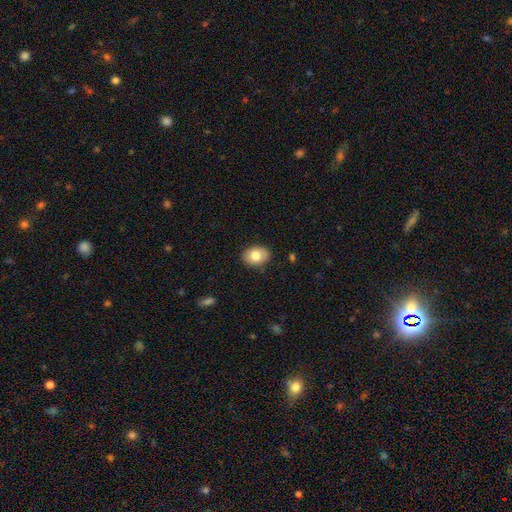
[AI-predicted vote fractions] Smooth or featured? smooth (78%)
How rounded? in between (69%)
Merging? none (87%)